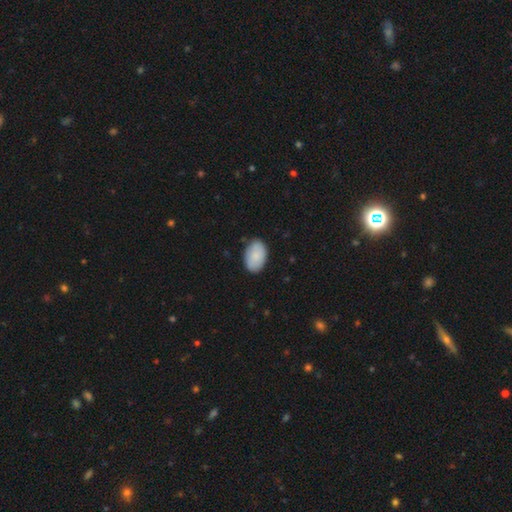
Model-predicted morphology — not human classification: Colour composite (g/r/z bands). It shows a smooth galaxy with no disk features (86%) that is in between round and cigar-shaped (91%). Merging: none (83%).